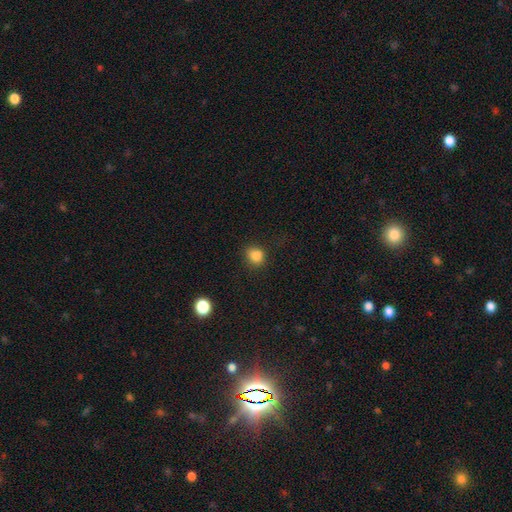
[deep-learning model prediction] smooth-or-featured: smooth: 82% | star or artifact: 12% | featured or disk: 5%
  how-rounded: round: 74% | in between: 25% | cigar-shaped: 1%
  merging: none: 71% | minor disturbance: 19% | major disturbance: 6% | merger: 4%